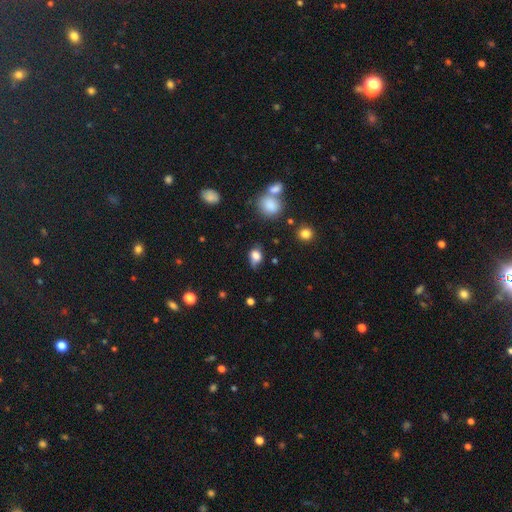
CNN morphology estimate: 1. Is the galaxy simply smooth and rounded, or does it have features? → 76% smooth, 12% featured or disk, 12% star or artifact.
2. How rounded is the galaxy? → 63% in between, 34% round, 2% cigar-shaped.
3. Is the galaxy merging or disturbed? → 50% none, 33% minor disturbance, 12% major disturbance, 5% merger.